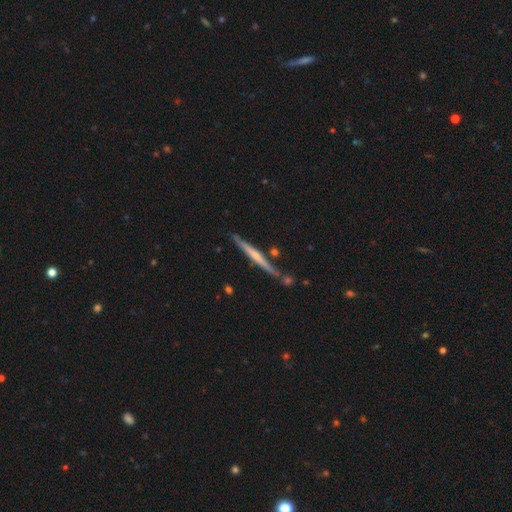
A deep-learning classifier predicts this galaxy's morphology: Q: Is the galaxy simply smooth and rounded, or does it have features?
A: featured or disk — 61%.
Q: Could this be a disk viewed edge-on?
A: yes — 97%.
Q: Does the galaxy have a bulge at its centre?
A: none — 48%.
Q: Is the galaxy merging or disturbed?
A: none — 79%.